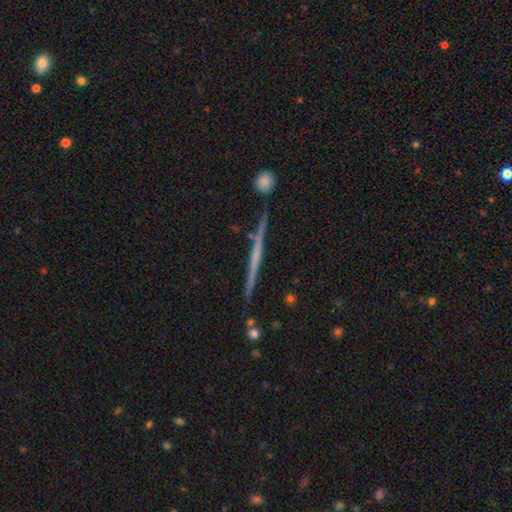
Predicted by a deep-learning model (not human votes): This is likely a featured or disk galaxy (68%). It is clearly viewed edge-on (98%). Edge-on bulge: likely none (75%). Merging: clearly none (88%).